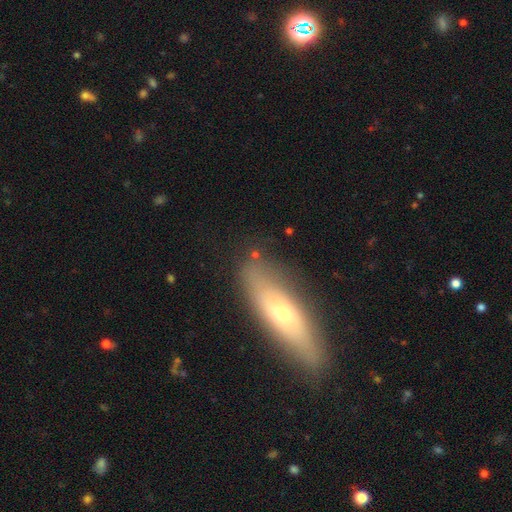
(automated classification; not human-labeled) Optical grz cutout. It shows a smooth galaxy with no disk features (51%) that is cigar-shaped (50%). Merging: none (69%).